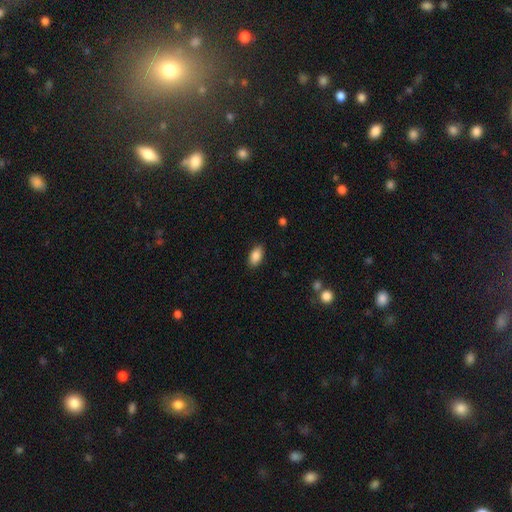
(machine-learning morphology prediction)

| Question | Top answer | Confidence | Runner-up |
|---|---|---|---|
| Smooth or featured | smooth | 88% | star or artifact (7%) |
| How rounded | in between | 93% | round (4%) |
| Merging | none | 87% | minor disturbance (9%) |